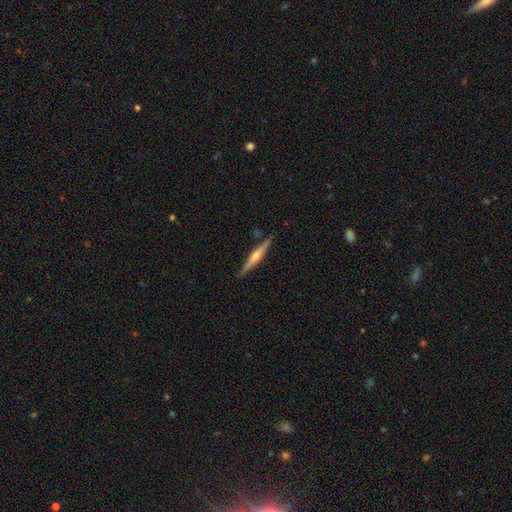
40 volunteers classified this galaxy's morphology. This is clearly a featured or disk galaxy (82%). It is clearly viewed edge-on (100%). Edge-on bulge: clearly rounded (82%). Merging: clearly none (92%).